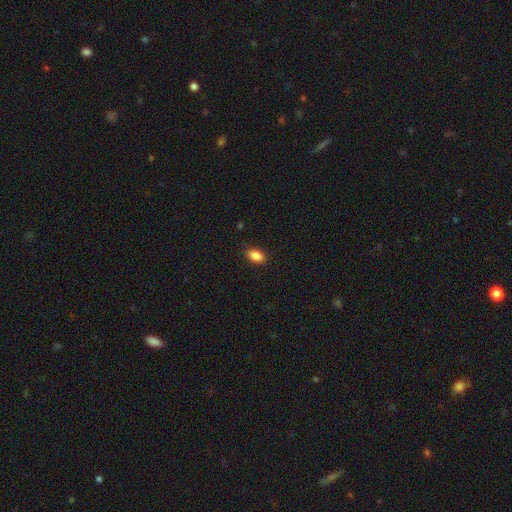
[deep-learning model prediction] Morphology: type=smooth (88%); roundness=in between (88%); merging=none (87%).